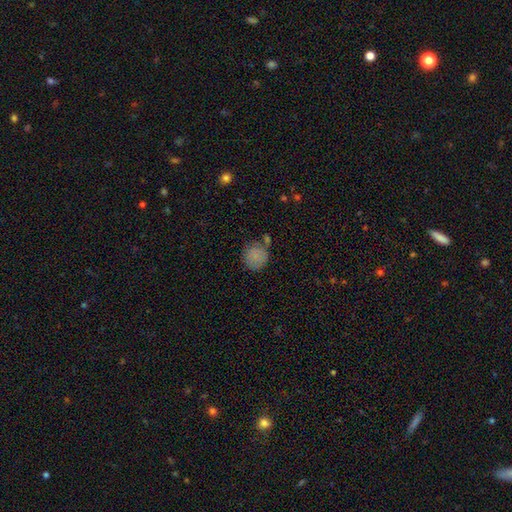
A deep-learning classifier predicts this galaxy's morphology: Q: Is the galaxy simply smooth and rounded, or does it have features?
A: smooth — 83%.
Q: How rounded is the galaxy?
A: round — 88%.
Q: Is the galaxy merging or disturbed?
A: none — 67%.